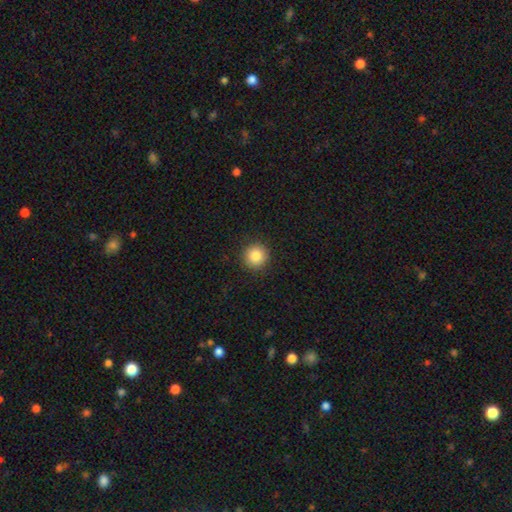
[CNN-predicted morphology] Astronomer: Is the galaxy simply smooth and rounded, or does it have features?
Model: smooth — 85%.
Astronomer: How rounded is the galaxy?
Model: round — 94%.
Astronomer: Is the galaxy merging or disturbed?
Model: none — 91%.